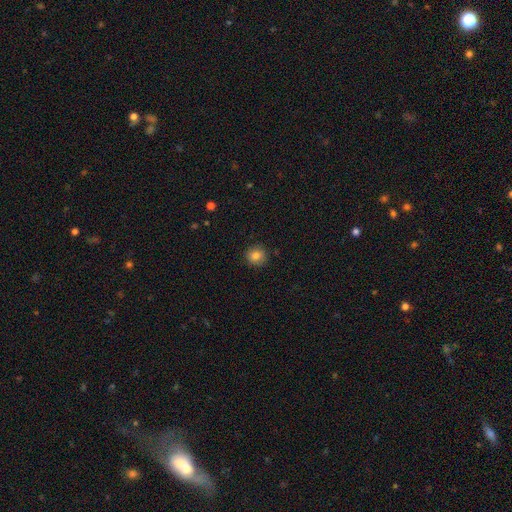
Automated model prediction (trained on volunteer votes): This is clearly a smooth galaxy (82%). How rounded: clearly round (91%). Merging: clearly none (89%).